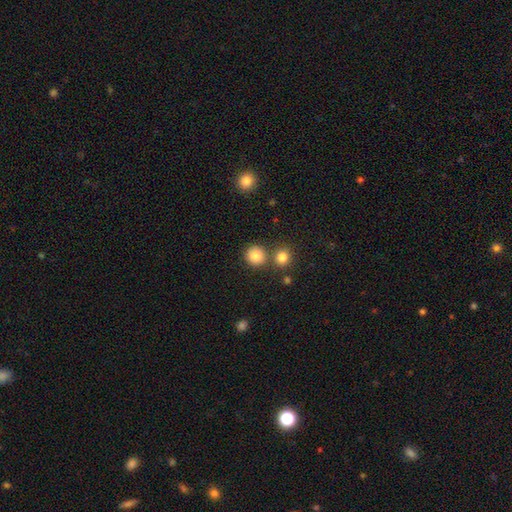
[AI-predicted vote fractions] A smooth galaxy with no disk features (84%) that is round (90%).

Vote fractions:
- Smooth or featured? smooth: 84% / star or artifact: 11% / featured or disk: 5%
- How rounded? round: 90% / in between: 9% / cigar-shaped: 1%
- Merging? none: 76% / merger: 14% / minor disturbance: 7% / major disturbance: 3%